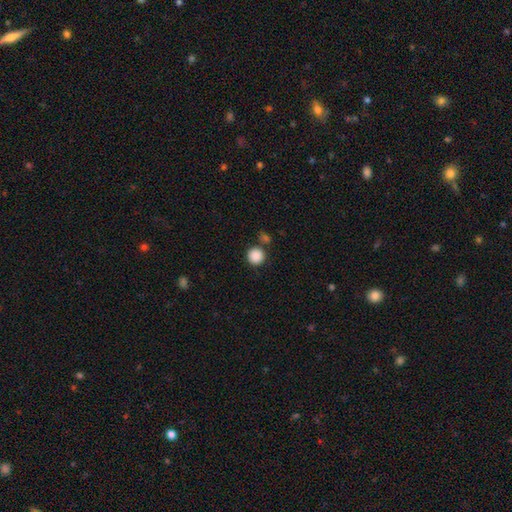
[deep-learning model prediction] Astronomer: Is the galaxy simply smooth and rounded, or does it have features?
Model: smooth — 88%.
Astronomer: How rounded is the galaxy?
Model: round — 94%.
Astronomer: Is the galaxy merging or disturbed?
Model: none — 80%.